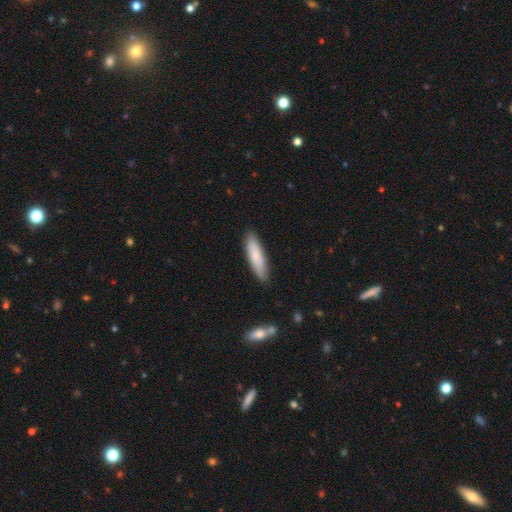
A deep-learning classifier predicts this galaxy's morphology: type=smooth (77%); roundness=cigar-shaped (73%); merging=none (86%).